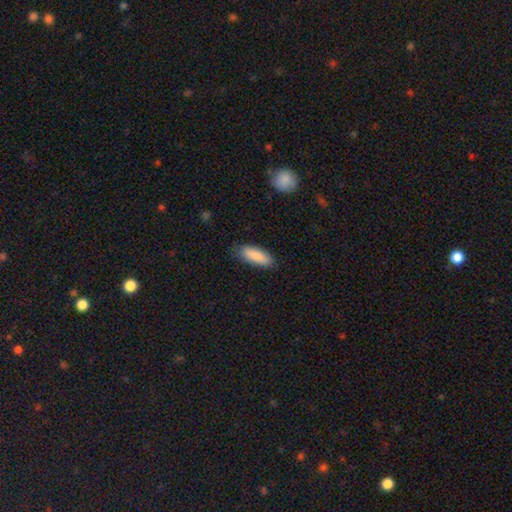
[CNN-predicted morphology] Smooth or featured?
  - smooth: 88% *
  - featured or disk: 6%
  - star or artifact: 6%
How rounded?
  - in between: 65% *
  - cigar-shaped: 33%
  - round: 2%
Merging?
  - none: 80% *
  - minor disturbance: 15%
  - major disturbance: 3%
  - merger: 1%